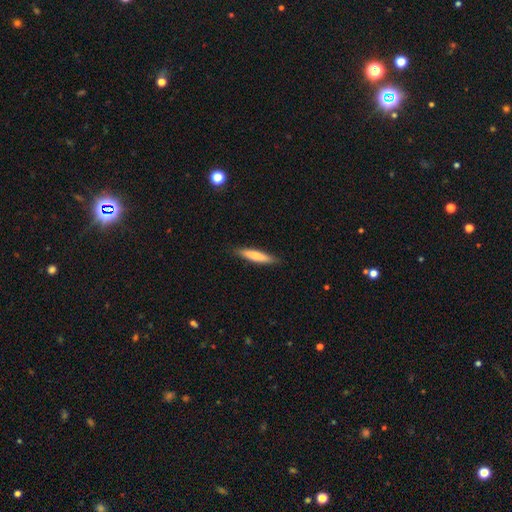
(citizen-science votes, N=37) Q: Smooth or featured?
A: smooth (81%); runner-up: featured or disk (16%)
Q: How rounded?
A: cigar-shaped (83%); runner-up: in between (17%)
Q: Merging?
A: none (83%); runner-up: minor disturbance (17%)